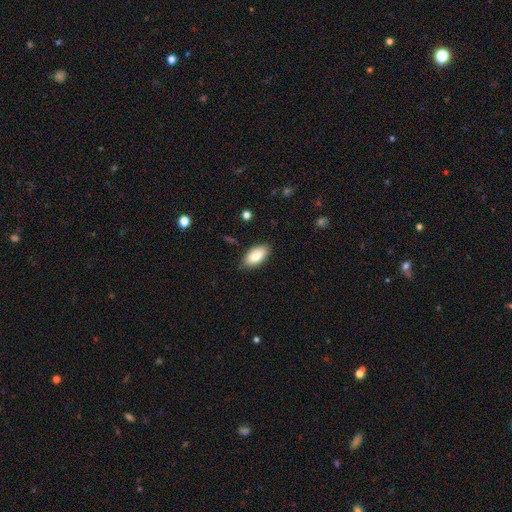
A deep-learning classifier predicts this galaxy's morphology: smooth-or-featured: smooth: 82% | featured or disk: 11% | star or artifact: 7%
  how-rounded: in between: 93% | cigar-shaped: 4% | round: 3%
  merging: none: 84% | minor disturbance: 13% | major disturbance: 2% | merger: 1%